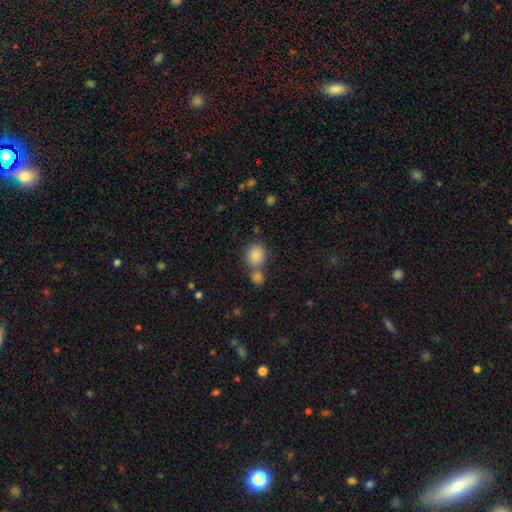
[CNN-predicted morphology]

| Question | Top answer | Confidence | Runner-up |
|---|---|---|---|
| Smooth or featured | smooth | 85% | star or artifact (9%) |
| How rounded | round | 81% | in between (18%) |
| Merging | none | 52% | merger (36%) |